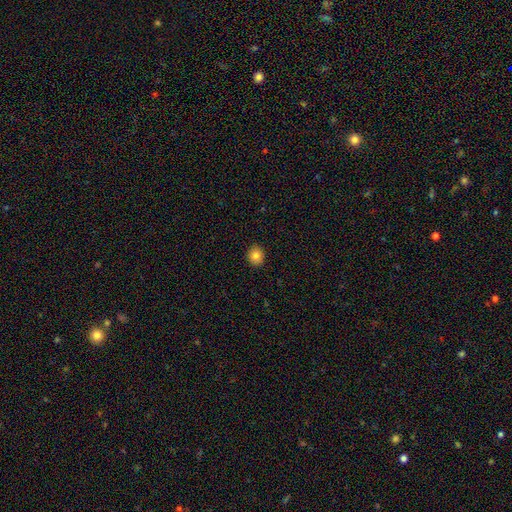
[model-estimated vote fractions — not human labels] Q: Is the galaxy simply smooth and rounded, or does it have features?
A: smooth — 82%.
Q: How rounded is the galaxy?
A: round — 69%.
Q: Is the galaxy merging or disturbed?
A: none — 91%.